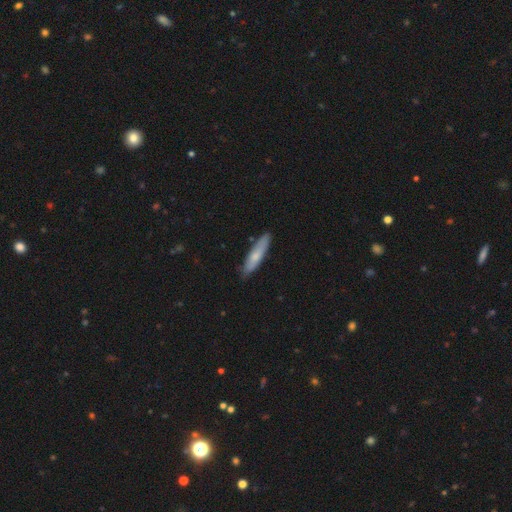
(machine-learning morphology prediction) smooth 66%, featured or disk 28%, star or artifact 6%. Down the decision tree: how rounded — cigar-shaped (80%); merging — none (82%).